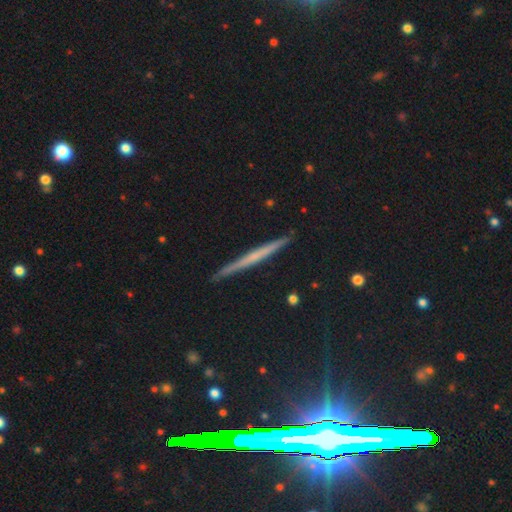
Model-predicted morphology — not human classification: Overall: featured or disk (56%; smooth 33%). Edge-on disk: yes (98%). Edge-on bulge: none (76%). Merging: none (91%).